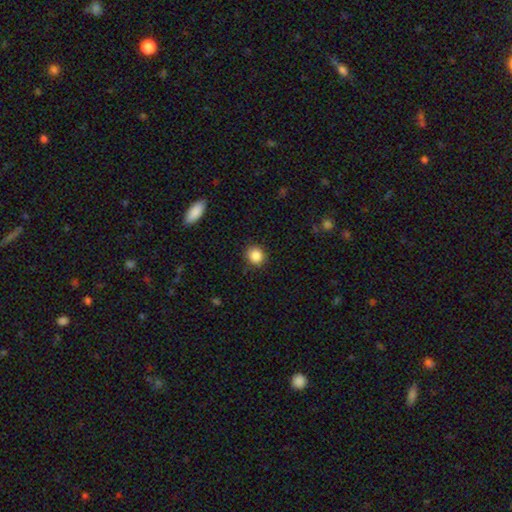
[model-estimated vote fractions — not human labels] Morphology: type=smooth (87%); roundness=round (85%); merging=none (88%).